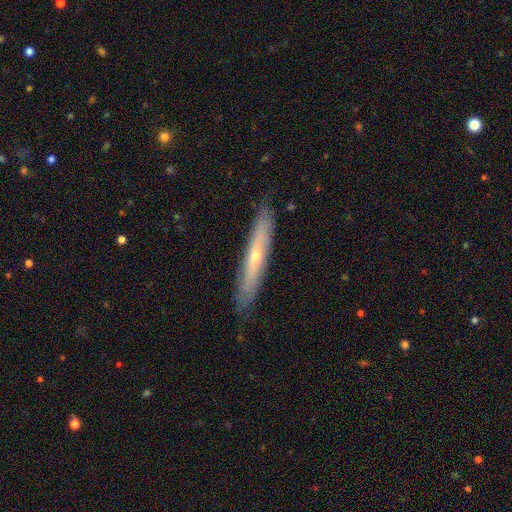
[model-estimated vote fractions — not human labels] The model was most divided on "smooth or featured": featured or disk: 55%, smooth: 39%, star or artifact: 7%. More confident: merging — none (85%); edge-on disk — yes (80%).